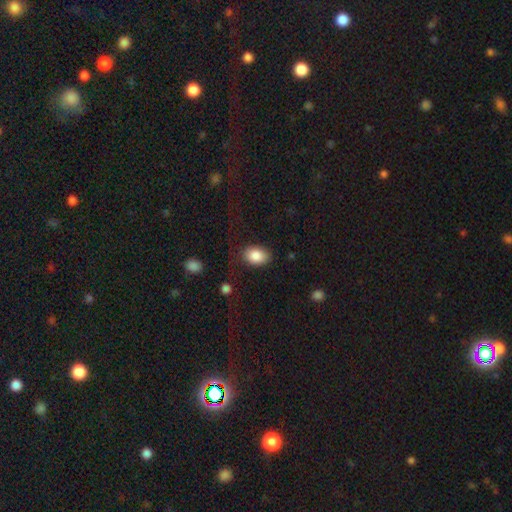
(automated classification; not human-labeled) The model was most divided on "merging": none: 72%, minor disturbance: 18%, major disturbance: 8%, merger: 2%. More confident: smooth or featured — smooth (86%); how rounded — in between (82%).